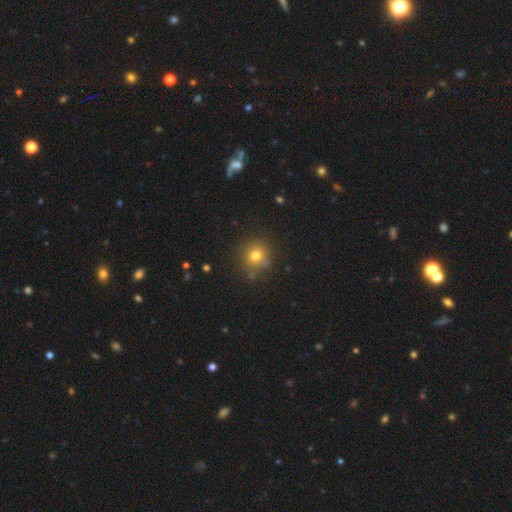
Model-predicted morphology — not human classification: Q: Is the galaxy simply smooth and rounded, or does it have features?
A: smooth — 75%.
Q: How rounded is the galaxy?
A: round — 91%.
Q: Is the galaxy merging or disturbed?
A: none — 81%.